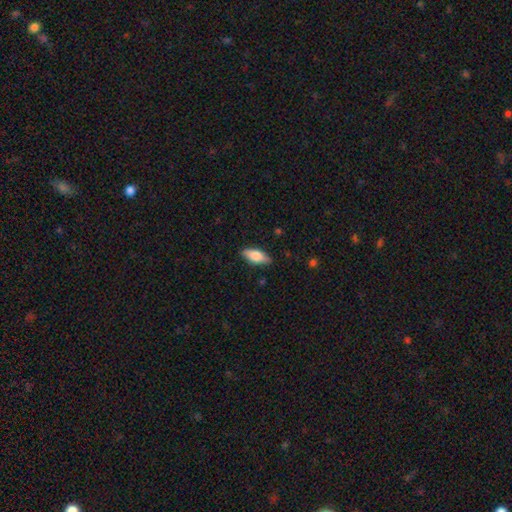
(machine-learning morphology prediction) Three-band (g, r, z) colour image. It shows a smooth galaxy with no disk features (74%) that is in between round and cigar-shaped (79%). Merging: none (86%).